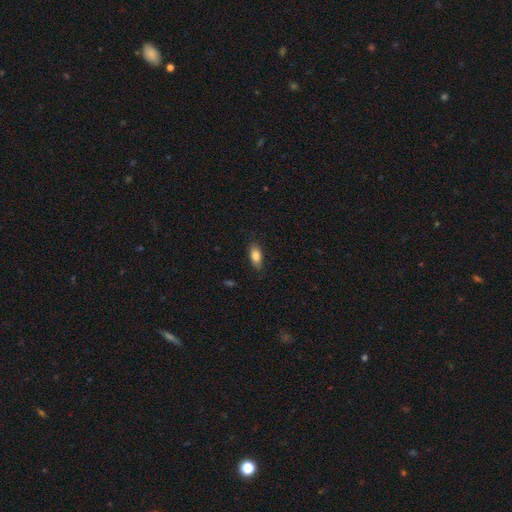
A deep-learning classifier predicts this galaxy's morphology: This appears to be a smooth galaxy with no disk features (83%) that is in between round and cigar-shaped (88%). Merging: none (84%).